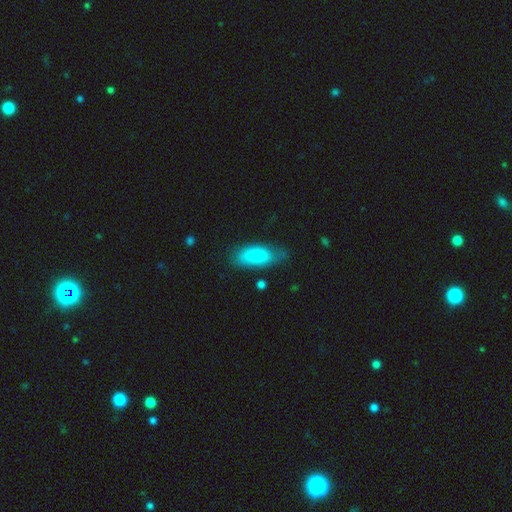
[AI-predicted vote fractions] Smooth or featured? Predicted: smooth (p=0.82). How rounded? Predicted: in between (p=0.82). Merging? Predicted: none (p=0.58).